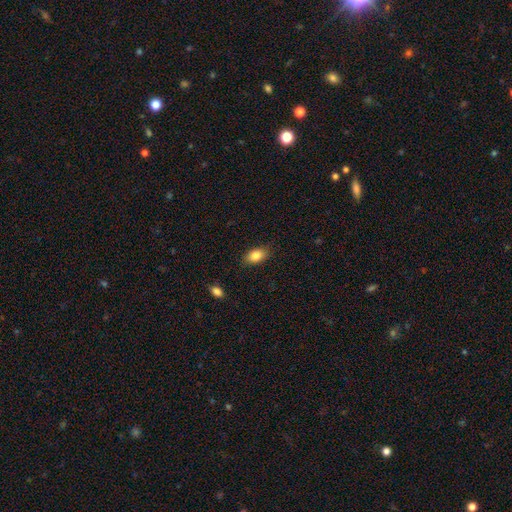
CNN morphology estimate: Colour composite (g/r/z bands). It shows a smooth galaxy with no disk features (84%) that is in between round and cigar-shaped (85%). Merging: none (82%).